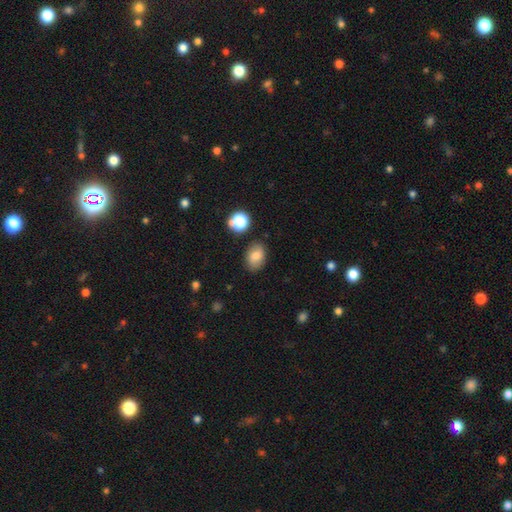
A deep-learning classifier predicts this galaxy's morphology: This is likely a smooth galaxy (79%). How rounded: likely in between (80%). Merging: clearly none (83%).